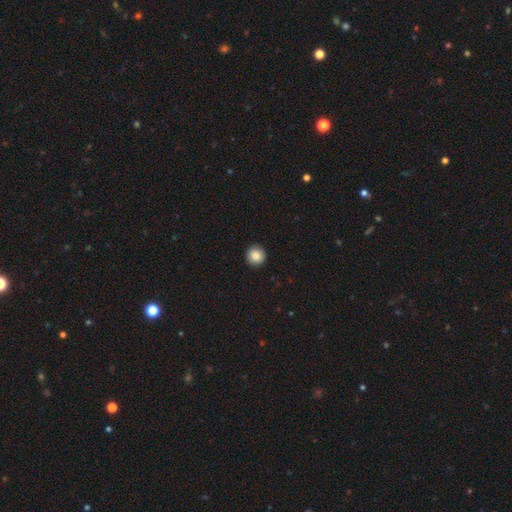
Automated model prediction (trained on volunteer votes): Smooth or featured? smooth (87%)
How rounded? round (94%)
Merging? none (92%)